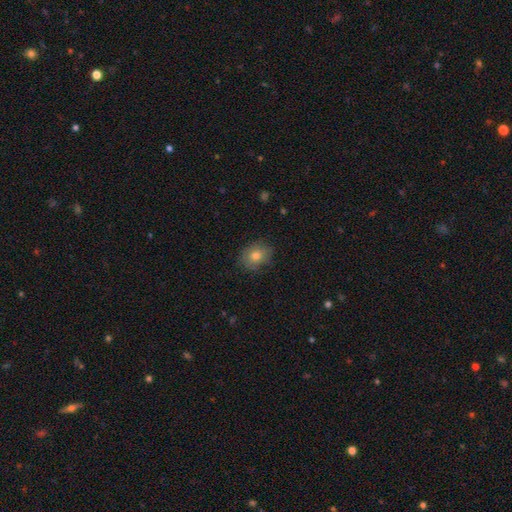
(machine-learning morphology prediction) smooth 76%, featured or disk 14%, star or artifact 10%. Down the decision tree: how rounded — in between (50%); merging — none (80%).